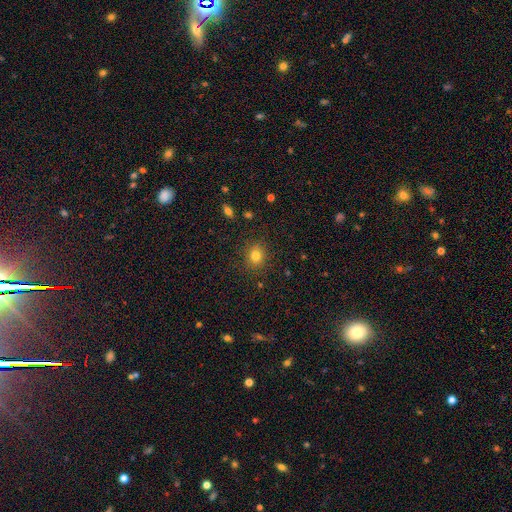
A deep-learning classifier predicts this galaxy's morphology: This appears to be a smooth galaxy with no disk features (81%) that is round (64%). Merging: none (86%).